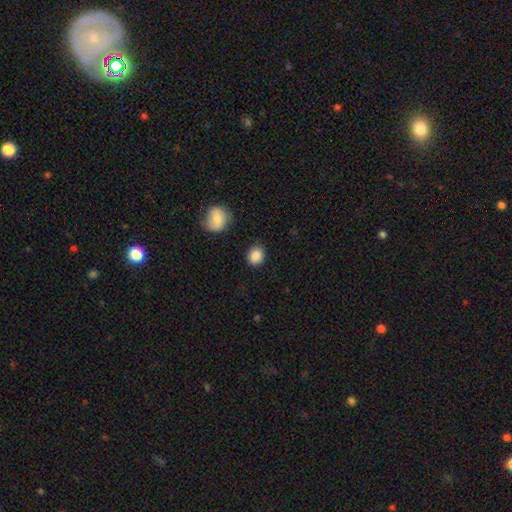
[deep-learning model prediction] Overall: smooth (88%). How rounded: round (73%). Merging: none (84%).